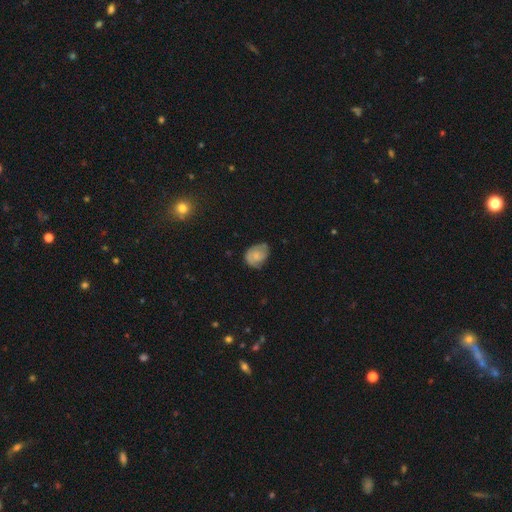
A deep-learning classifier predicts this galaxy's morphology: The model was most divided on "merging": none: 55%, minor disturbance: 35%, major disturbance: 9%, merger: 1%. More confident: how rounded — in between (68%); smooth or featured — smooth (65%).